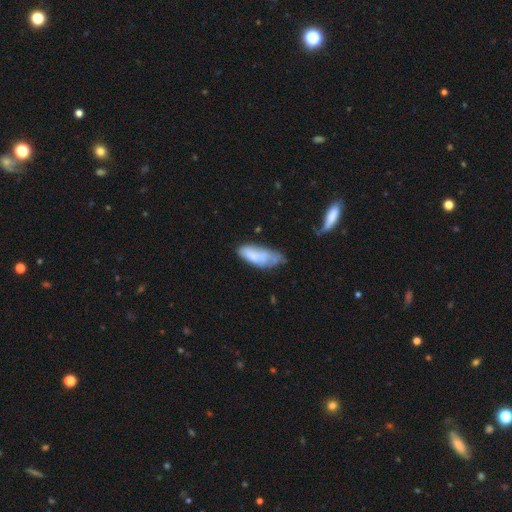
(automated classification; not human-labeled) Smooth or featured? Predicted: smooth (p=0.71). How rounded? Predicted: in between (p=0.74). Merging? Predicted: minor disturbance (p=0.38).